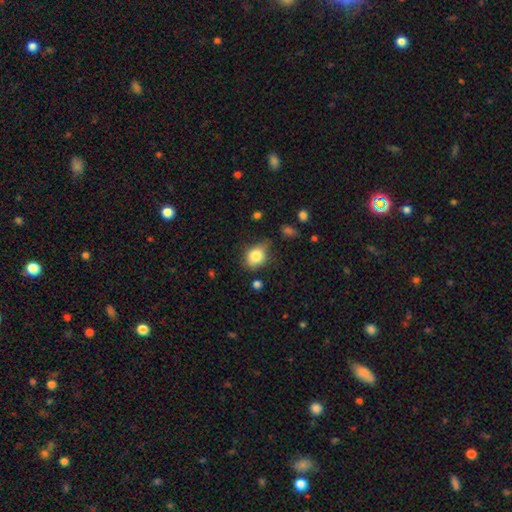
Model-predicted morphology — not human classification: A smooth galaxy with no disk features (82%) that is in between round and cigar-shaped (62%).

Vote fractions:
- Smooth or featured? smooth: 82% / featured or disk: 10% / star or artifact: 9%
- How rounded? in between: 62% / round: 37% / cigar-shaped: 1%
- Merging? none: 60% / minor disturbance: 29% / major disturbance: 7% / merger: 3%